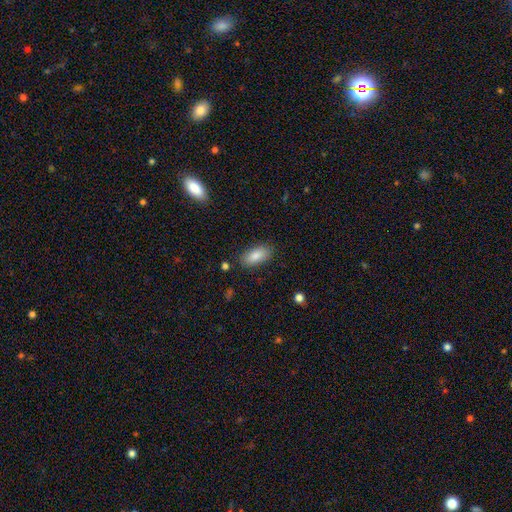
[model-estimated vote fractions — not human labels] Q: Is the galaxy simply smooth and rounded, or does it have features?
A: smooth — 85%.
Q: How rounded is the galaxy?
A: in between — 89%.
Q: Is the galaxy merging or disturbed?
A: none — 85%.